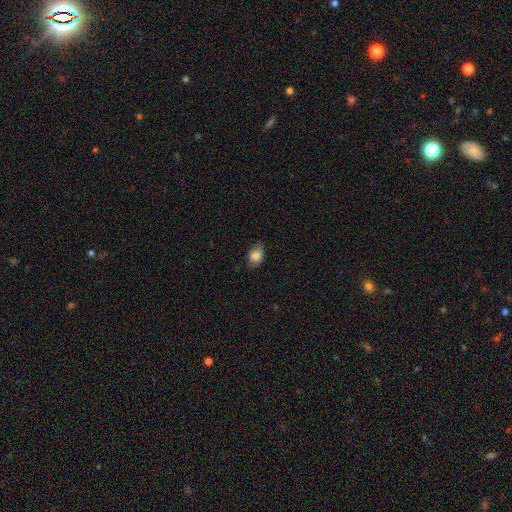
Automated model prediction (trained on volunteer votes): This appears to be a smooth galaxy with no disk features (79%) that is in between round and cigar-shaped (83%). Merging: none (77%).